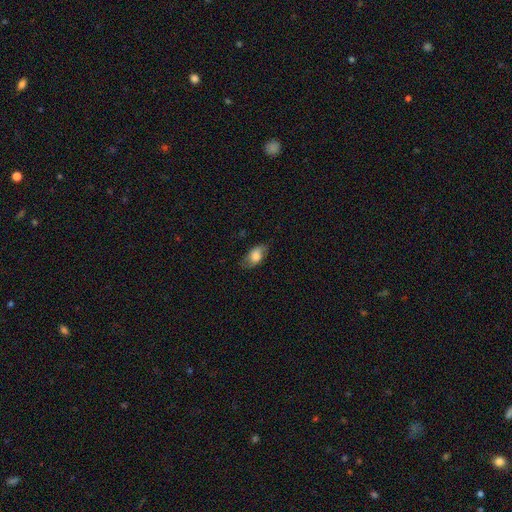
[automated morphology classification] Smooth or featured: smooth — 70% (featured or disk — 22%)
How rounded: in between — 89% (round — 7%)
Merging: none — 73% (minor disturbance — 20%)